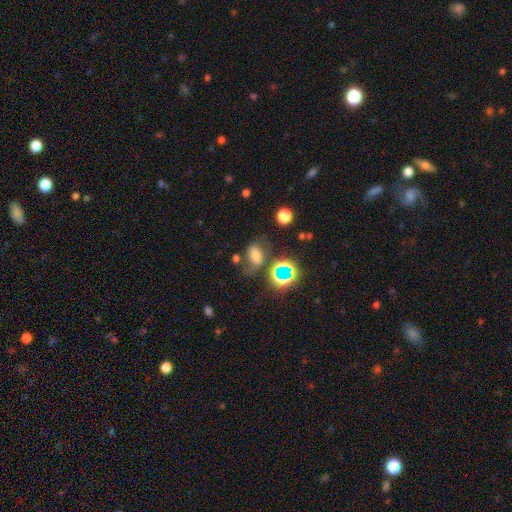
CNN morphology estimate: This is possibly a smooth galaxy (56%). How rounded: likely in between (78%). Merging: possibly none (49%).